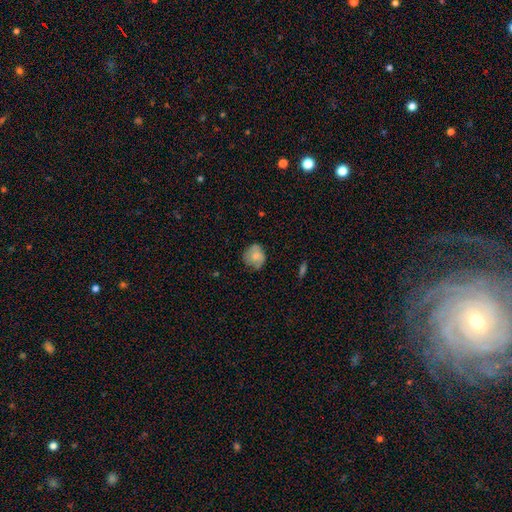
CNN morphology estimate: Smooth or featured? smooth (74%)
How rounded? round (78%)
Merging? none (64%)